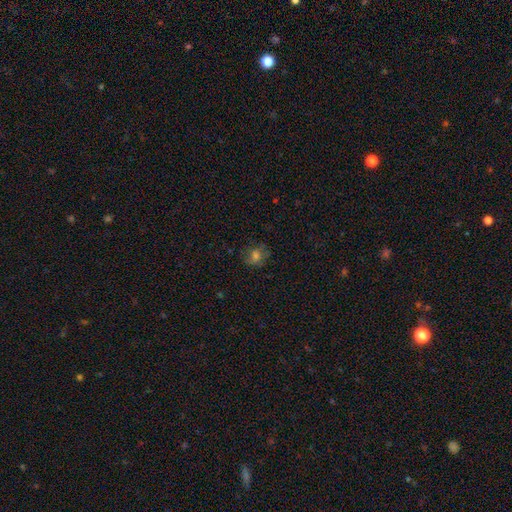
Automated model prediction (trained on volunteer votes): smooth_or_featured: smooth (p=0.59) [alt: featured or disk p=0.21]
how_rounded: round (p=0.58) [alt: in between p=0.41]
merging: none (p=0.66) [alt: minor disturbance p=0.21]